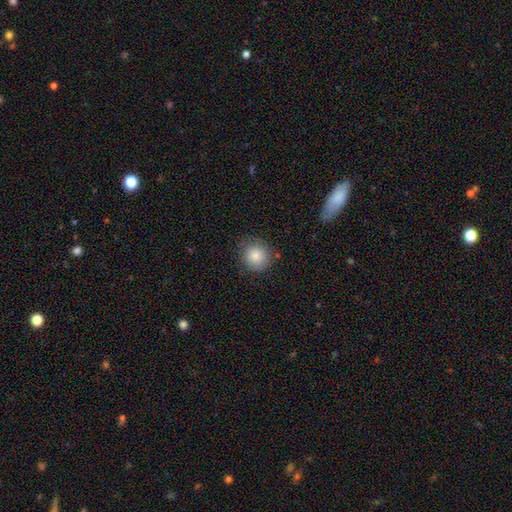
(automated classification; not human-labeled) smooth-or-featured: smooth: 86% | star or artifact: 9% | featured or disk: 5%
  how-rounded: round: 90% | in between: 9% | cigar-shaped: 1%
  merging: none: 82% | minor disturbance: 13% | major disturbance: 3% | merger: 2%